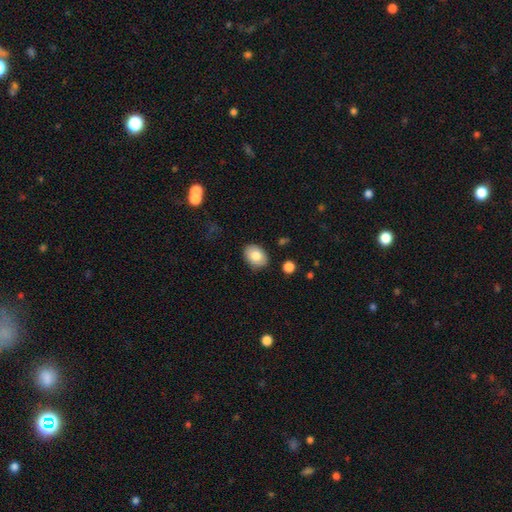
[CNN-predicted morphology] Overall: smooth (80%). How rounded: in between (72%). Merging: none (85%).